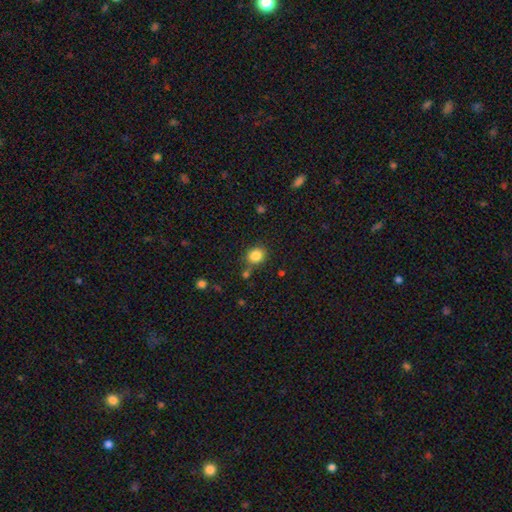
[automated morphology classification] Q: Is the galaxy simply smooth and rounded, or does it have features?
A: smooth — 84%.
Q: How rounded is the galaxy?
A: round — 72%.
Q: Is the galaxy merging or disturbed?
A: none — 75%.